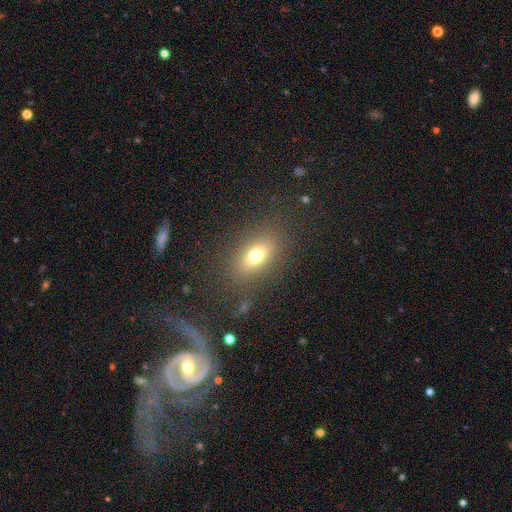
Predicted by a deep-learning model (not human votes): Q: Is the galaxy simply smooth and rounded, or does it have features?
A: smooth — 71%.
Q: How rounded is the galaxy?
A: in between — 78%.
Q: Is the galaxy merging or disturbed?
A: none — 80%.